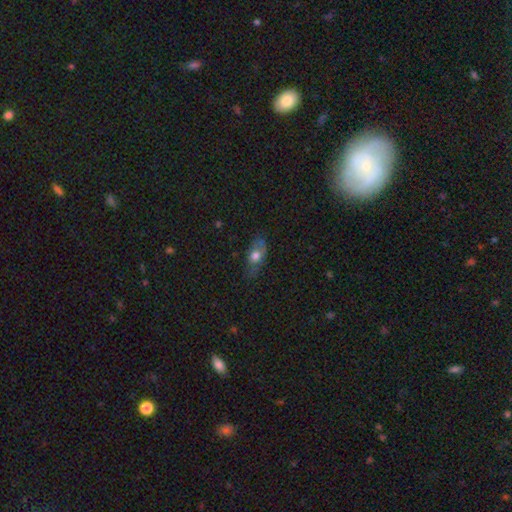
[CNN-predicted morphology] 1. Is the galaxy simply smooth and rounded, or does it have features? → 64% smooth, 27% featured or disk, 9% star or artifact.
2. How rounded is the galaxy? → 80% in between, 12% round, 9% cigar-shaped.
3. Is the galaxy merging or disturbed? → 60% none, 28% minor disturbance, 10% major disturbance, 2% merger.